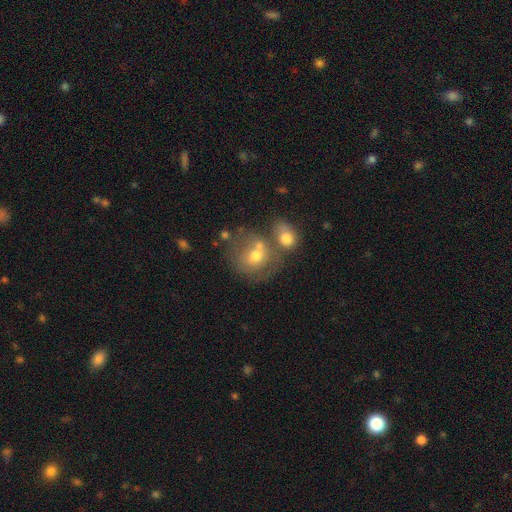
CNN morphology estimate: smooth 60%, featured or disk 30%, star or artifact 10%. Down the decision tree: how rounded — round (71%); merging — merger (47%).